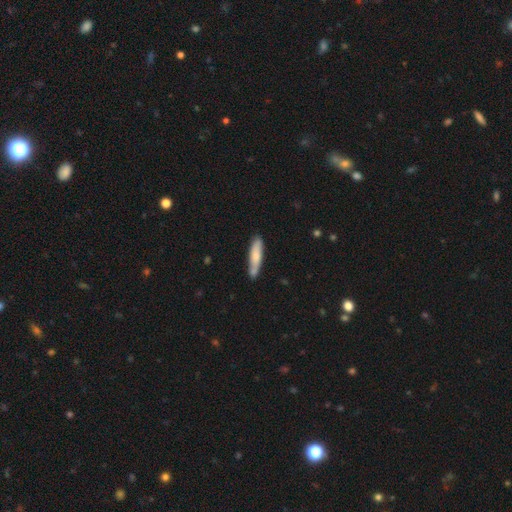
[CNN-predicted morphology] A smooth galaxy with no disk features (69%) that is cigar-shaped (79%).

Vote fractions:
- Smooth or featured? smooth: 69% / featured or disk: 26% / star or artifact: 5%
- How rounded? cigar-shaped: 79% / in between: 20% / round: 1%
- Merging? none: 72% / minor disturbance: 17% / merger: 8% / major disturbance: 3%